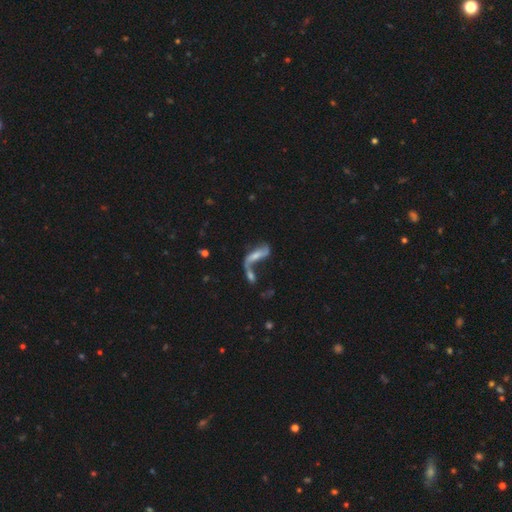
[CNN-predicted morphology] smooth_or_featured: featured or disk (p=0.63) [alt: smooth p=0.28]
disk_edge_on: no (p=0.83) [alt: yes p=0.17]
bar: no (p=0.47) [alt: weak p=0.31]
has_spiral_arms: yes (p=0.72) [alt: no p=0.28]
bulge_size: small (p=0.45) [alt: moderate p=0.28]
merging: merger (p=0.52) [alt: none p=0.21]